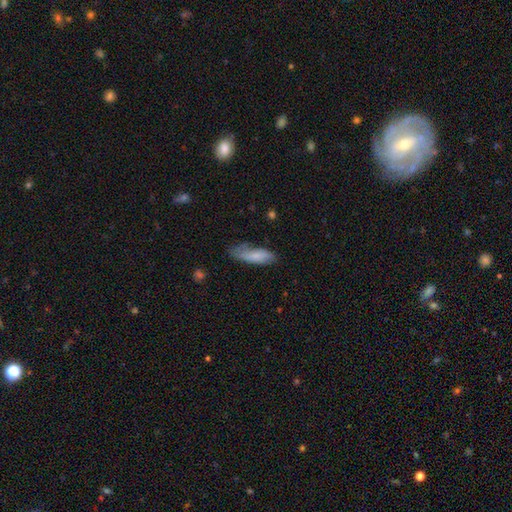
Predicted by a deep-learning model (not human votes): This appears to be a smooth galaxy with no disk features (77%) that is in between round and cigar-shaped (51%). Merging: none (55%).